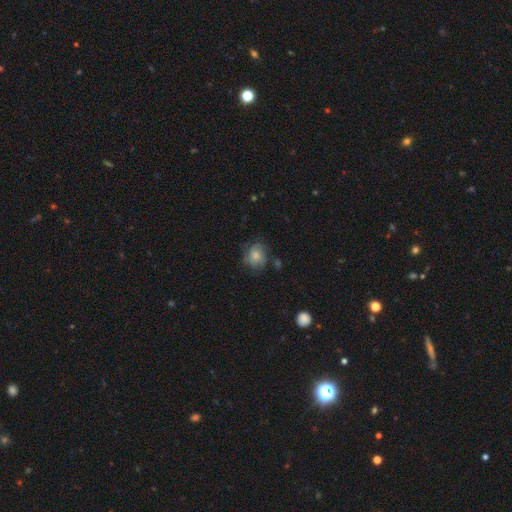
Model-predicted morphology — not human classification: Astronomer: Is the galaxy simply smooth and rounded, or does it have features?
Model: smooth — 65%.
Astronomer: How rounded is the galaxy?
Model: round — 64%.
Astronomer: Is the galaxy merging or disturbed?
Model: none — 60%.